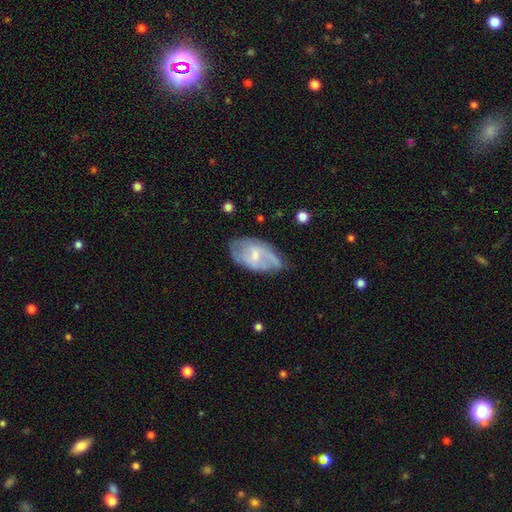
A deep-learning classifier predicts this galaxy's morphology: A featured or disk galaxy (60%) with no bar (48%), spiral arms (69%) and a small central bulge (52%). Merging: none (57%).